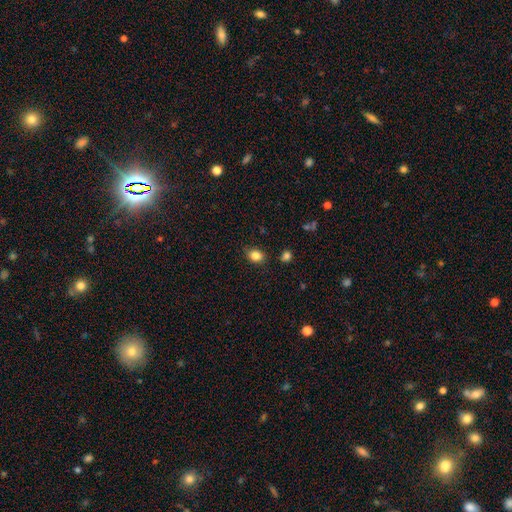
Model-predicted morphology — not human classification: Overall: smooth (84%). How rounded: in between (54%; round 44%). Merging: none (80%).